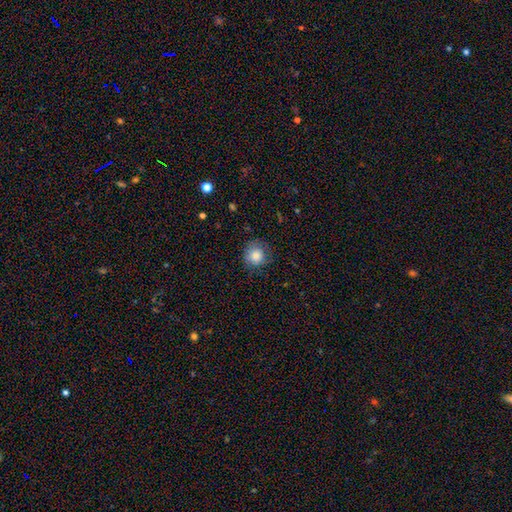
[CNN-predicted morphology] smooth_or_featured: smooth (p=0.82) [alt: featured or disk p=0.09]
how_rounded: round (p=0.90) [alt: in between p=0.09]
merging: none (p=0.71) [alt: minor disturbance p=0.21]